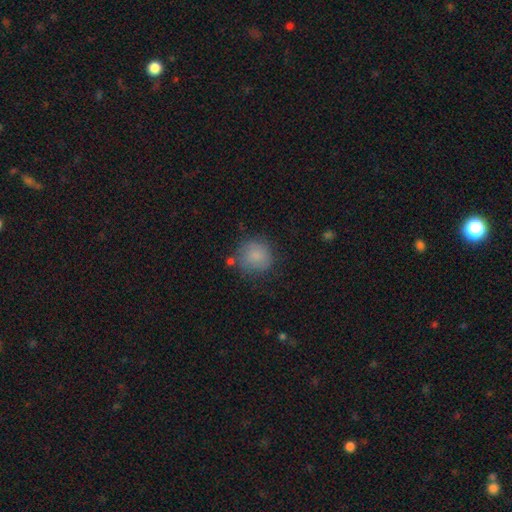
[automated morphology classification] A smooth galaxy with no disk features (82%) that is round (89%). Merging: none (69%).